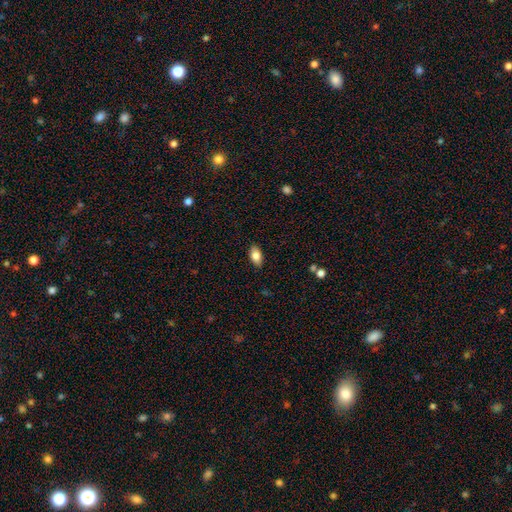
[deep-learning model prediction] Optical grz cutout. It shows a smooth galaxy with no disk features (82%) that is in between round and cigar-shaped (91%). Merging: none (88%).